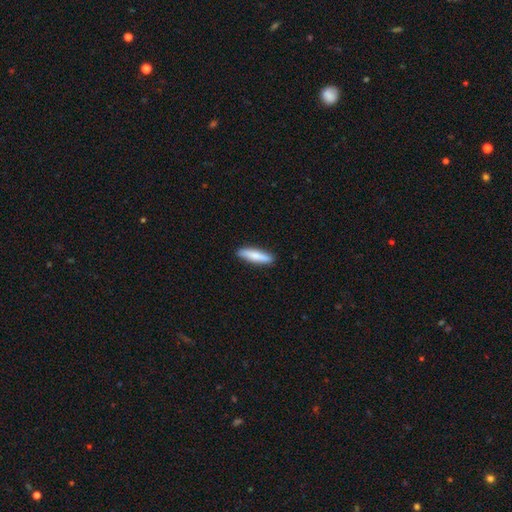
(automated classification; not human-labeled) Smooth or featured? Predicted: smooth (p=0.78). How rounded? Predicted: cigar-shaped (p=0.80). Merging? Predicted: none (p=0.90).